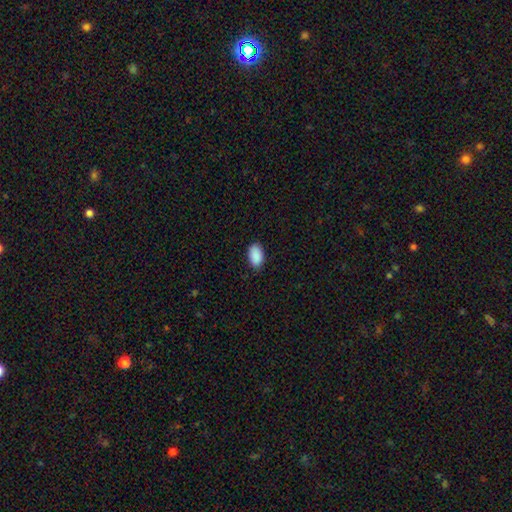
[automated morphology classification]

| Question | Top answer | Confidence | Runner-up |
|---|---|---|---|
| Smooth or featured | smooth | 91% | star or artifact (7%) |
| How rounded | in between | 94% | round (4%) |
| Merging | none | 85% | minor disturbance (12%) |